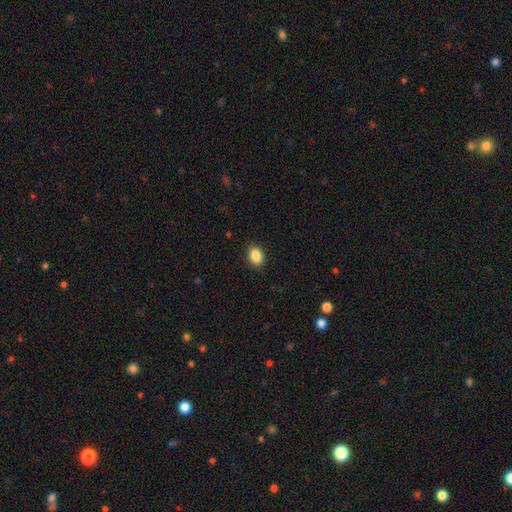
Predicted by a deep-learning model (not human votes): This is clearly a smooth galaxy (88%). How rounded: likely in between (80%). Merging: clearly none (88%).